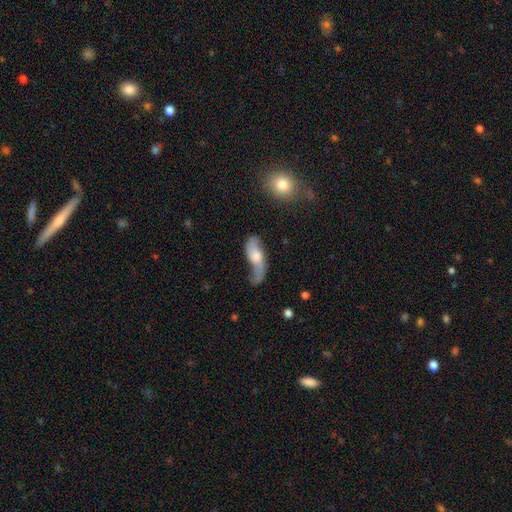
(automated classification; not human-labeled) A featured or disk galaxy (62%) with no bar (62%), spiral arms (83%) and a moderate central bulge (53%). Merging: none (34%).